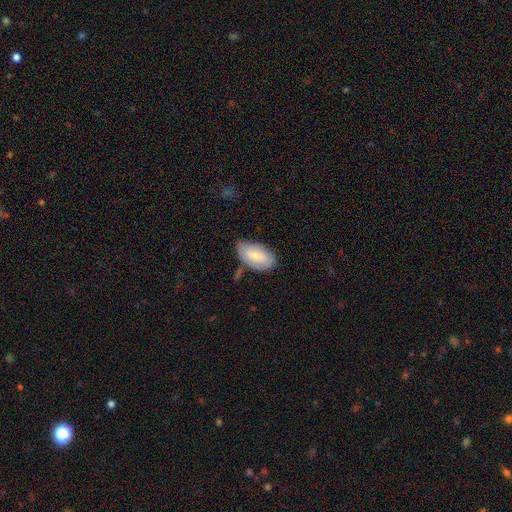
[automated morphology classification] Smooth or featured: smooth — 75% (featured or disk — 20%)
How rounded: in between — 94% (round — 4%)
Merging: none — 64% (minor disturbance — 25%)